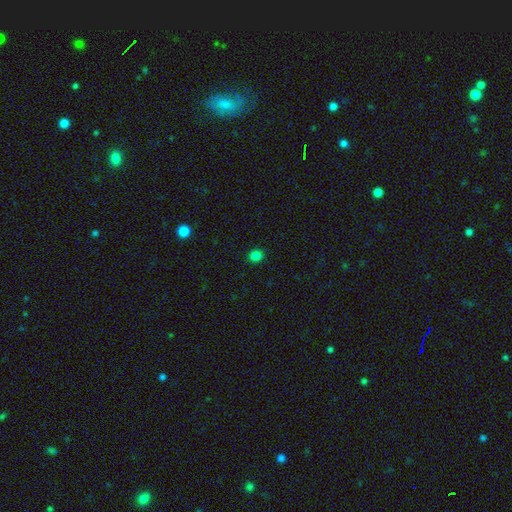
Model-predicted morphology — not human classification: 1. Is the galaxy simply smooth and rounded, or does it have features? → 82% smooth, 15% star or artifact, 3% featured or disk.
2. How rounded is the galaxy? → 87% round, 12% in between, 1% cigar-shaped.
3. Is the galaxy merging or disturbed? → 92% none, 5% minor disturbance, 2% major disturbance, 1% merger.